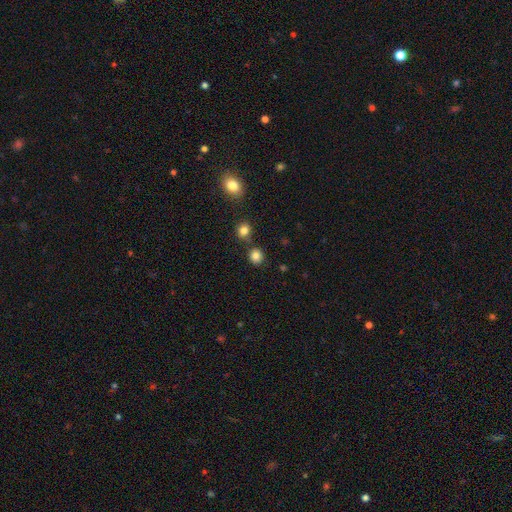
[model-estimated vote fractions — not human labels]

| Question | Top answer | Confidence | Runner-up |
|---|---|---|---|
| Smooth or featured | smooth | 83% | star or artifact (12%) |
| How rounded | round | 87% | in between (12%) |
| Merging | none | 80% | merger (9%) |